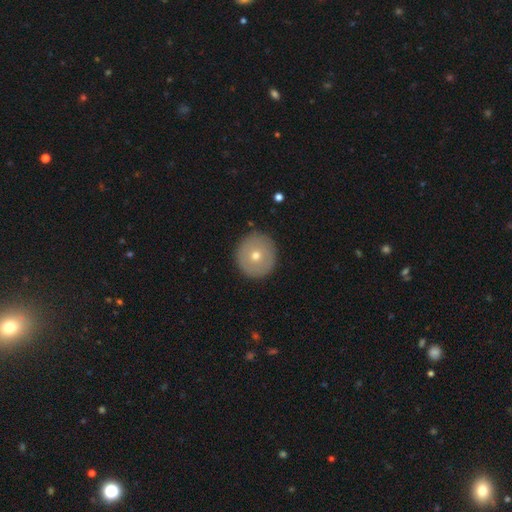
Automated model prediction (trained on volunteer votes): smooth_or_featured: smooth (p=0.62) [alt: featured or disk p=0.30]
how_rounded: round (p=0.93) [alt: in between p=0.06]
merging: none (p=0.91) [alt: minor disturbance p=0.06]